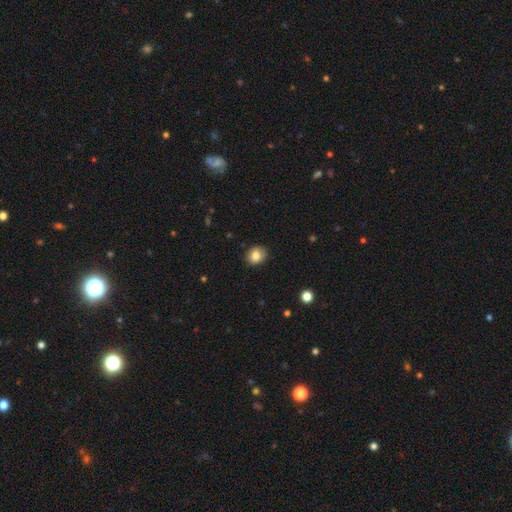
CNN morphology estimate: This appears to be a smooth galaxy with no disk features (83%) that is round (61%). Merging: none (84%).